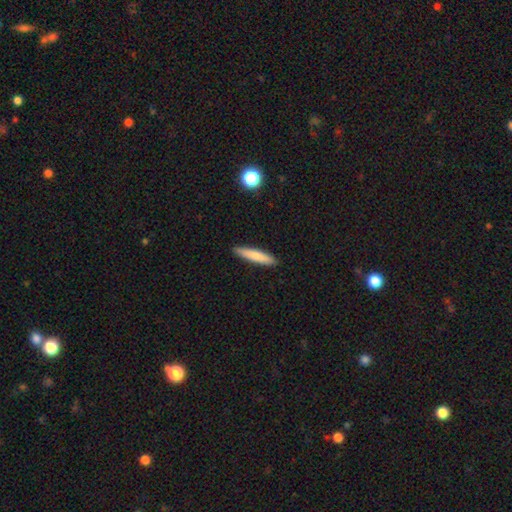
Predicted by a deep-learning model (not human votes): Smooth or featured? smooth (79%)
How rounded? cigar-shaped (89%)
Merging? none (91%)